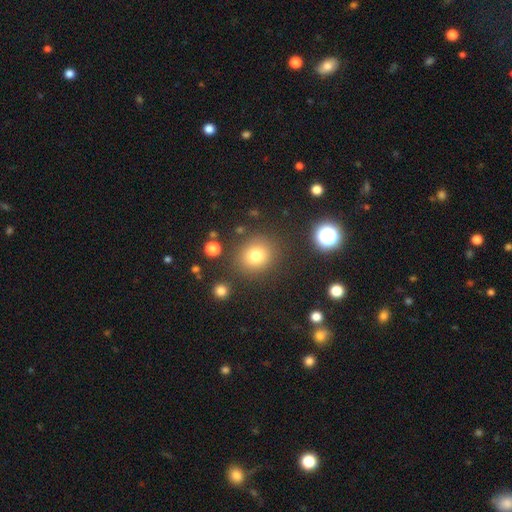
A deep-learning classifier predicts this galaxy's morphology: smooth 78%, star or artifact 14%, featured or disk 8%. Down the decision tree: how rounded — round (86%); merging — none (84%).